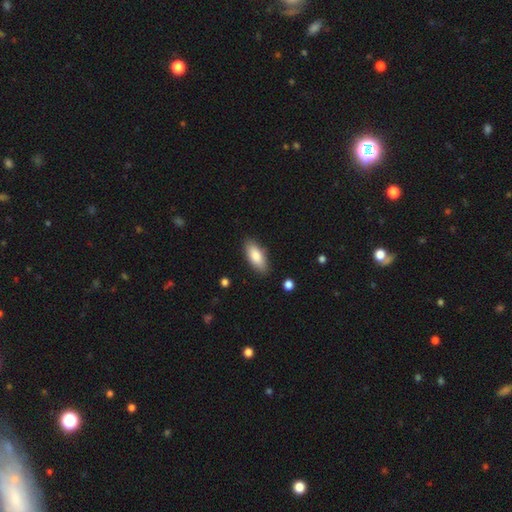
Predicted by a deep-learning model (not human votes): Overall: smooth (83%). How rounded: in between (81%). Merging: none (86%).